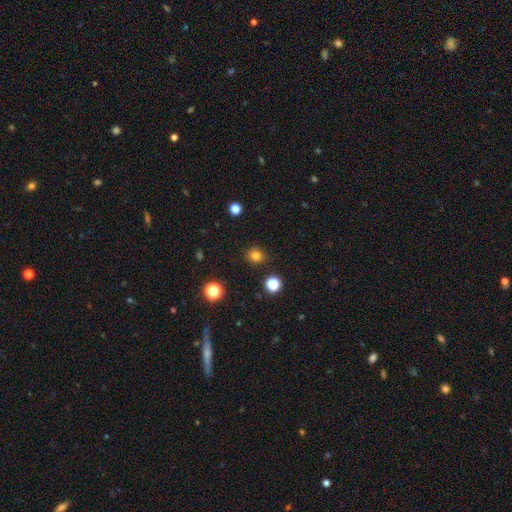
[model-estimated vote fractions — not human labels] The model was most divided on "smooth or featured": smooth: 79%, star or artifact: 16%, featured or disk: 5%. More confident: merging — none (88%); how rounded — round (85%).